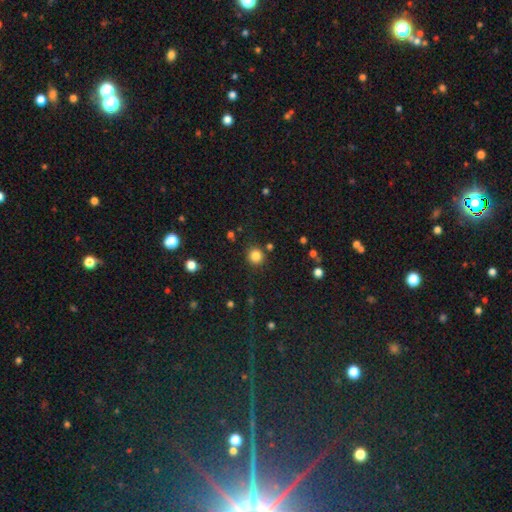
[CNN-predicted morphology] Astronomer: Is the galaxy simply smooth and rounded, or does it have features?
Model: smooth — 83%.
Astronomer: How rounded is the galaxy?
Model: round — 93%.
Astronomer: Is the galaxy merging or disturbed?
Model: none — 87%.